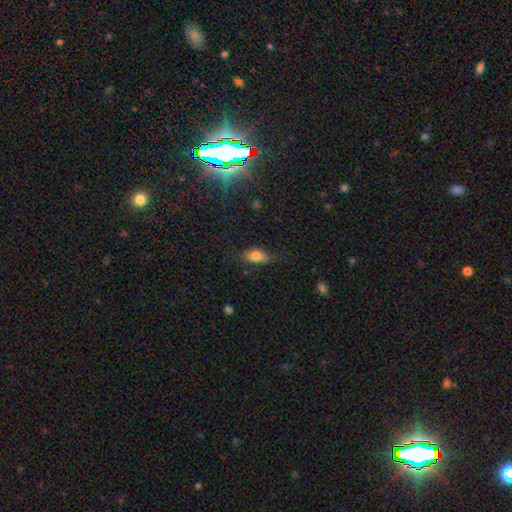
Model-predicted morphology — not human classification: A smooth galaxy with no disk features (76%) that is in between round and cigar-shaped (84%). Merging: none (68%).